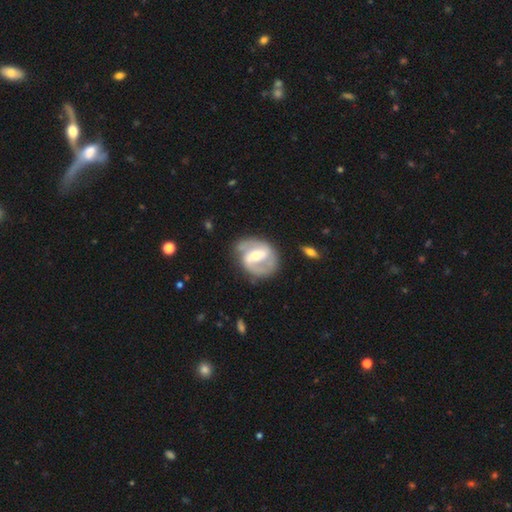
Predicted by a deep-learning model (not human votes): smooth_or_featured: featured or disk (p=0.83) [alt: smooth p=0.13]
disk_edge_on: no (p=0.97) [alt: yes p=0.03]
bar: strong (p=0.45) [alt: weak p=0.38]
has_spiral_arms: yes (p=0.90) [alt: no p=0.10]
spiral_winding: medium (p=0.49) [alt: tight p=0.27]
spiral_arm_count: 2 (p=0.85) [alt: can't tell p=0.06]
bulge_size: moderate (p=0.58) [alt: small p=0.36]
merging: none (p=0.73) [alt: minor disturbance p=0.17]